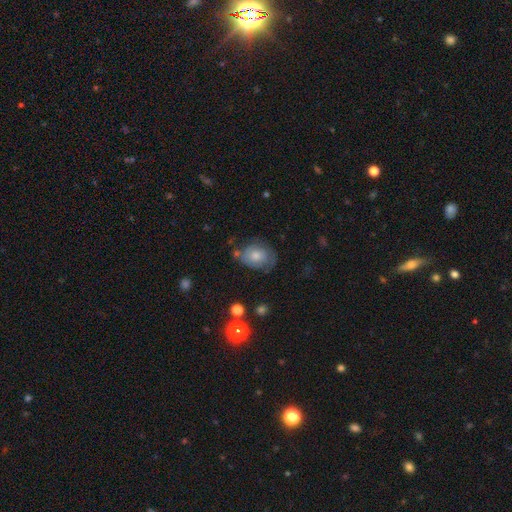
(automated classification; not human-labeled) smooth-or-featured: smooth: 66% | featured or disk: 25% | star or artifact: 9%
  how-rounded: in between: 66% | round: 33% | cigar-shaped: 1%
  merging: none: 58% | minor disturbance: 27% | major disturbance: 10% | merger: 5%